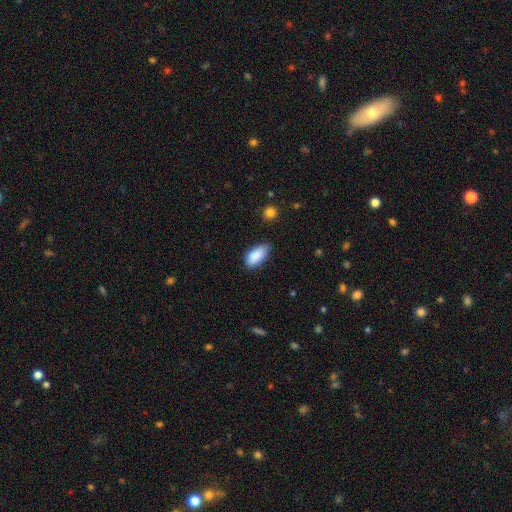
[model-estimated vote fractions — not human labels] This is clearly a smooth galaxy (89%). How rounded: clearly in between (91%). Merging: likely none (75%).